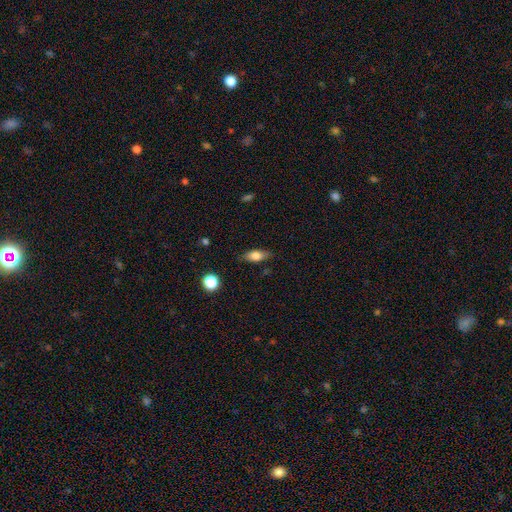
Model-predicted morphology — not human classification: The model was most divided on "smooth or featured": smooth: 74%, featured or disk: 17%, star or artifact: 8%. More confident: merging — none (80%); how rounded — in between (80%).